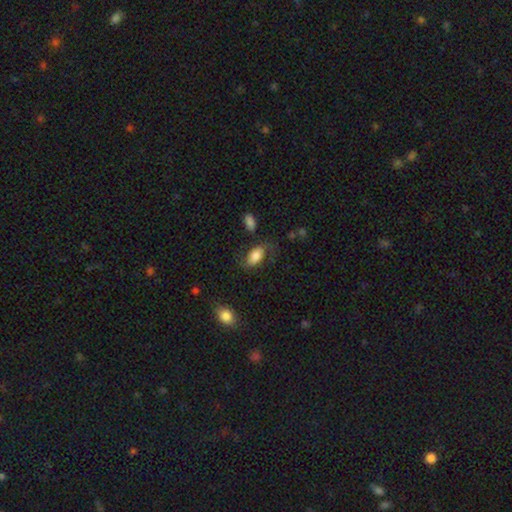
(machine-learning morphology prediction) This appears to be a smooth galaxy with no disk features (67%) that is in between round and cigar-shaped (91%). Merging: none (62%).